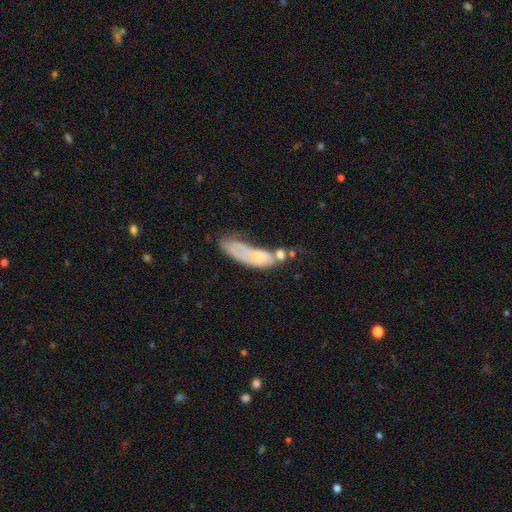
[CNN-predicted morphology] type=smooth (49%); merging=none (27%).